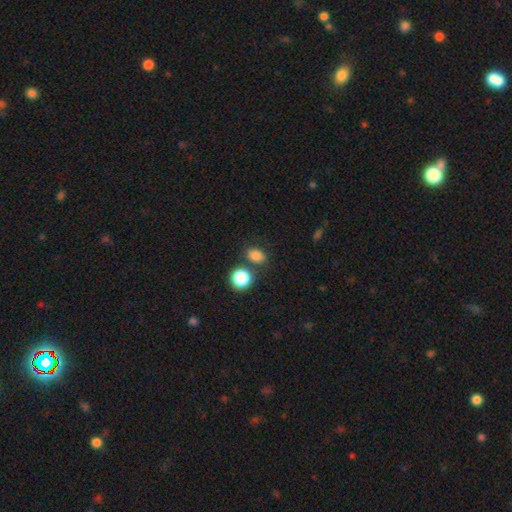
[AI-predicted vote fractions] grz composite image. It shows a smooth galaxy with no disk features (82%) that is in between round and cigar-shaped (59%). Merging: none (72%).